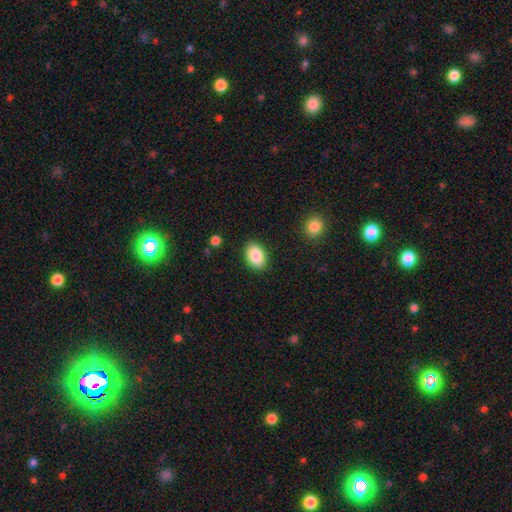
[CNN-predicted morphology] smooth 87%, star or artifact 7%, featured or disk 6%. Down the decision tree: how rounded — in between (83%); merging — none (88%).